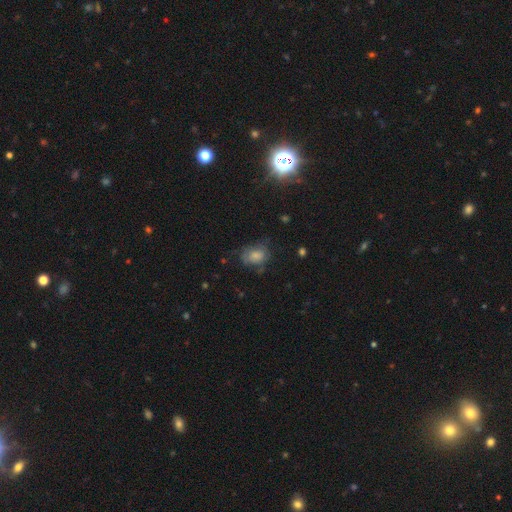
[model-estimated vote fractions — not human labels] smooth-or-featured: smooth: 70% | featured or disk: 19% | star or artifact: 11%
  how-rounded: in between: 67% | round: 31% | cigar-shaped: 1%
  merging: none: 51% | minor disturbance: 29% | major disturbance: 17% | merger: 3%